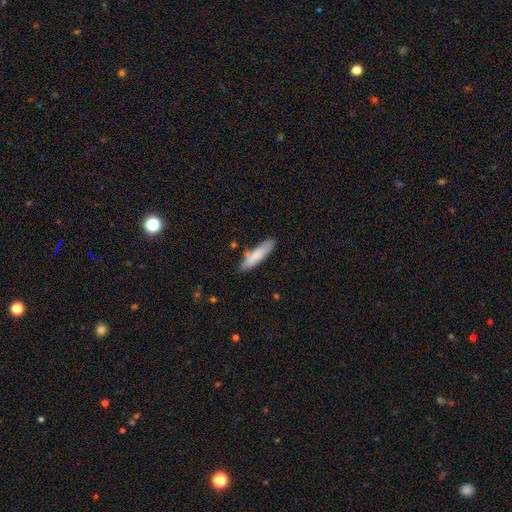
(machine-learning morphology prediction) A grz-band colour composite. It shows a smooth galaxy with no disk features (77%) that is cigar-shaped (72%). Merging: none (78%).